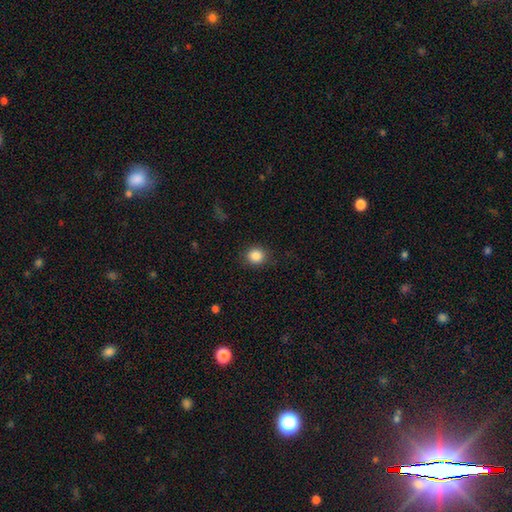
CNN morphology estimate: Q: Smooth or featured?
A: smooth (87%); runner-up: star or artifact (10%)
Q: How rounded?
A: round (86%); runner-up: in between (13%)
Q: Merging?
A: none (87%); runner-up: minor disturbance (9%)